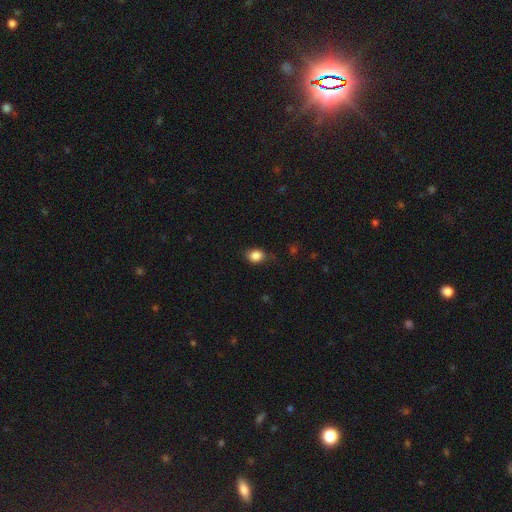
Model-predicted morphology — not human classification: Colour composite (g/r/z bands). It shows a smooth galaxy with no disk features (85%) that is in between round and cigar-shaped (52%). Merging: none (71%).